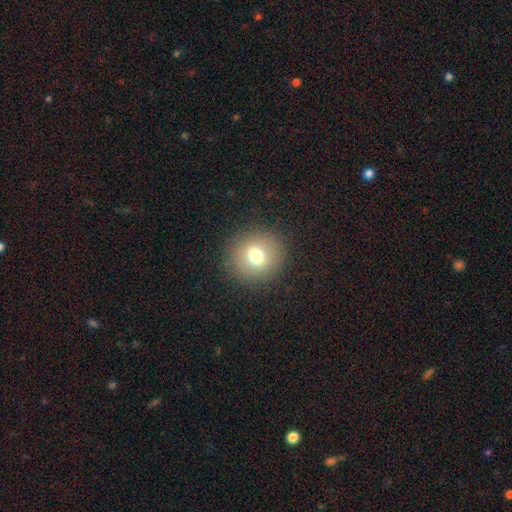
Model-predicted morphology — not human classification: smooth-or-featured: smooth: 73% | featured or disk: 14% | star or artifact: 13%
  how-rounded: round: 92% | in between: 7% | cigar-shaped: 1%
  merging: none: 89% | minor disturbance: 7% | major disturbance: 3% | merger: 1%